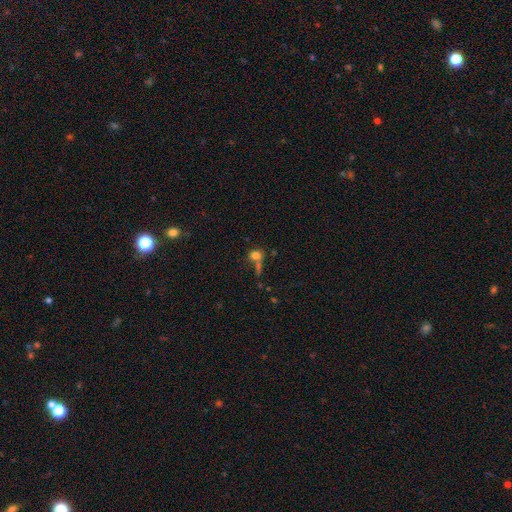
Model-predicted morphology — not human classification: type=smooth (73%); roundness=round (59%); merging=none (40%).